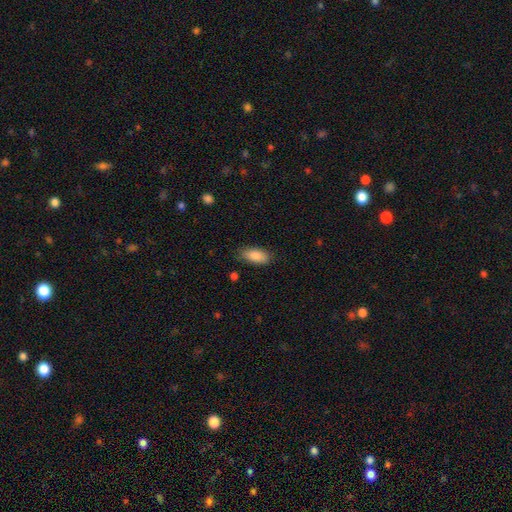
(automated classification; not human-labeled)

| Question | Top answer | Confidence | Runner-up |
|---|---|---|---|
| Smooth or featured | smooth | 87% | star or artifact (7%) |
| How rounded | in between | 88% | cigar-shaped (10%) |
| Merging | none | 81% | minor disturbance (15%) |